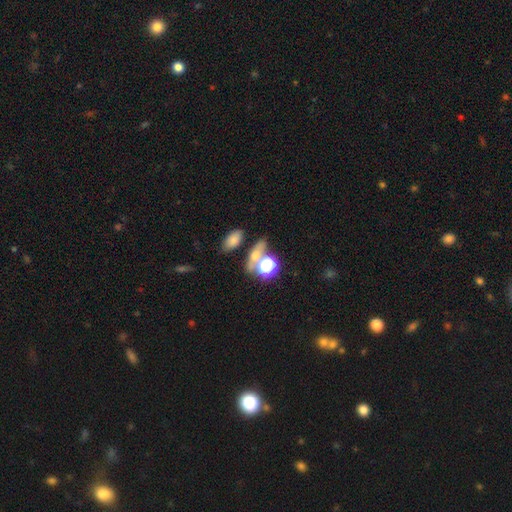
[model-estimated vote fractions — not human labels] Smooth or featured? Predicted: smooth (p=0.58). How rounded? Predicted: round (p=0.47). Merging? Predicted: none (p=0.51).